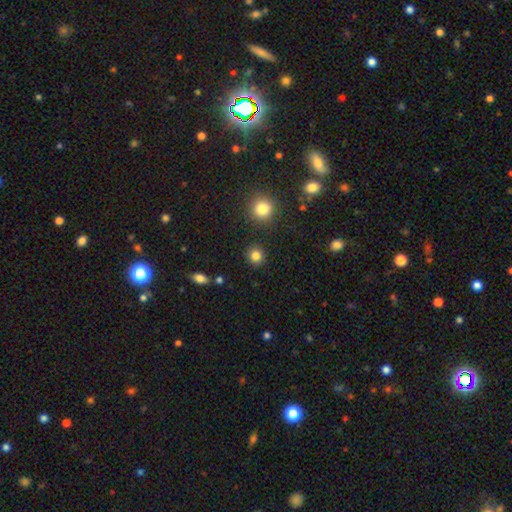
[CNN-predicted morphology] The model was most divided on "smooth or featured": smooth: 84%, star or artifact: 12%, featured or disk: 5%. More confident: how rounded — round (90%); merging — none (89%).